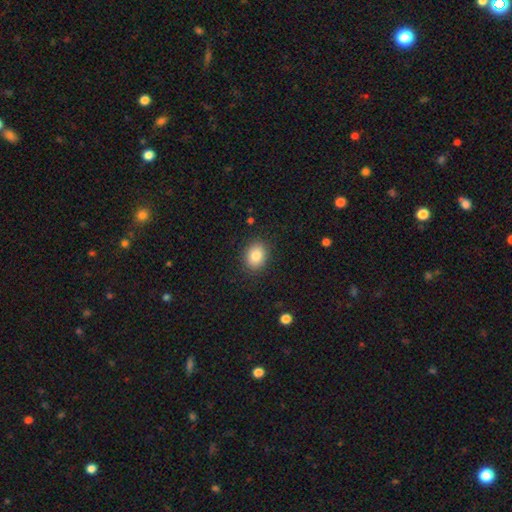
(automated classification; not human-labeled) Morphology: type=smooth (84%); roundness=in between (51%); merging=none (88%).